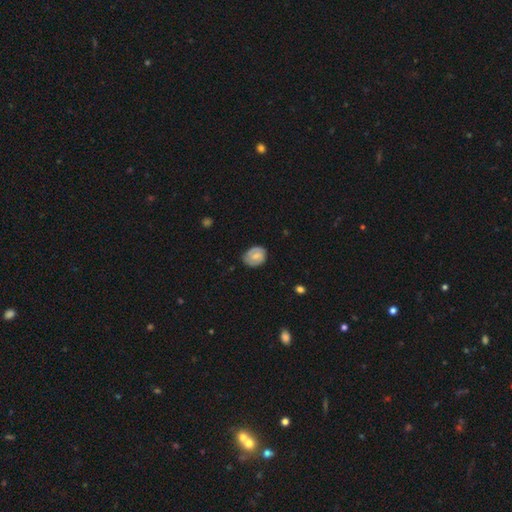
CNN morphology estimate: Q: Smooth or featured?
A: featured or disk (47%); runner-up: smooth (46%)
Q: Merging?
A: none (74%); runner-up: minor disturbance (21%)